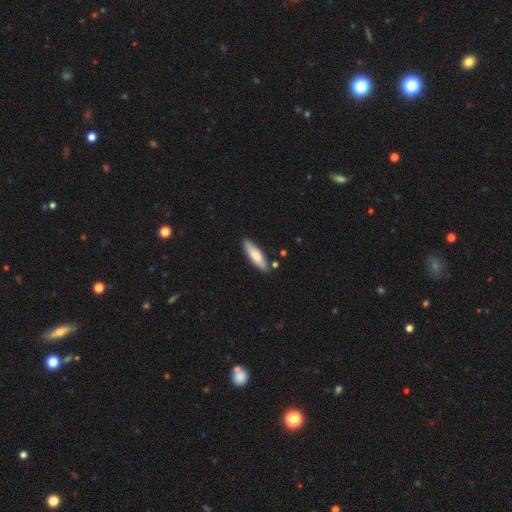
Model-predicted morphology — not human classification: Q: Smooth or featured?
A: smooth (77%); runner-up: featured or disk (18%)
Q: How rounded?
A: cigar-shaped (65%); runner-up: in between (33%)
Q: Merging?
A: none (83%); runner-up: minor disturbance (11%)